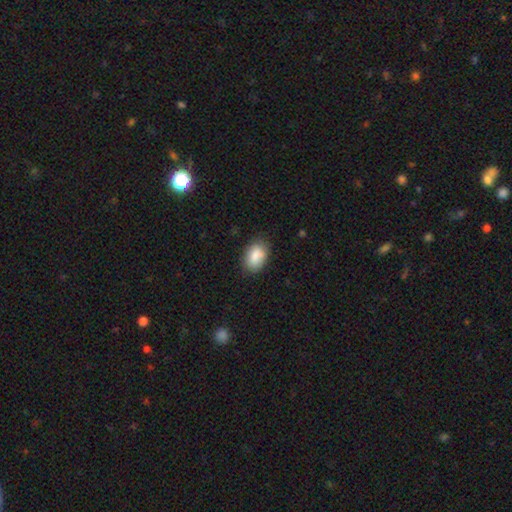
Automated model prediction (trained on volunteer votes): smooth-or-featured: smooth: 87% | star or artifact: 7% | featured or disk: 6%
  how-rounded: in between: 89% | round: 10% | cigar-shaped: 1%
  merging: none: 81% | minor disturbance: 15% | major disturbance: 3% | merger: 1%